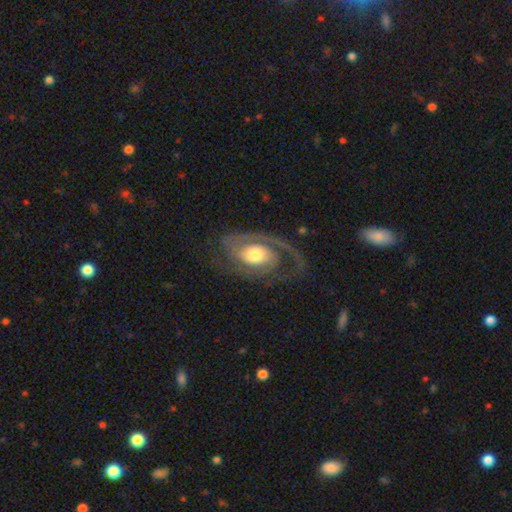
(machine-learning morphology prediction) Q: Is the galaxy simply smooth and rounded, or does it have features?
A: featured or disk — 87%.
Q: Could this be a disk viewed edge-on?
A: no — 97%.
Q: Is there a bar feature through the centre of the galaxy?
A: no — 71%.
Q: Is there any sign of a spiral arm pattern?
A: yes — 96%.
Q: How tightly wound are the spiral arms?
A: tight — 42%.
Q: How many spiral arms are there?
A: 2 — 65%.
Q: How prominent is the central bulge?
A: moderate — 59%.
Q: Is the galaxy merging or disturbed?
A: none — 66%.